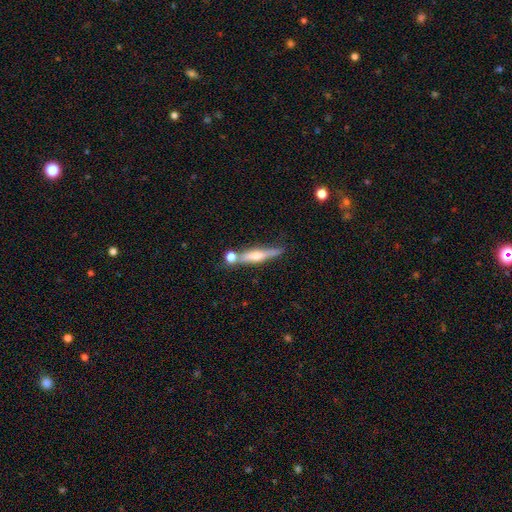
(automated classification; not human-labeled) A featured or disk galaxy (57%) viewed edge-on (93%) with a rounded central bulge (82%).

Vote fractions:
- Smooth or featured? featured or disk: 57% / smooth: 36% / star or artifact: 7%
- Edge-on disk? yes: 93% / no: 7%
- Edge-on bulge? rounded: 82% / boxy: 9% / none: 9%
- Merging? none: 64% / merger: 17% / minor disturbance: 14% / major disturbance: 4%